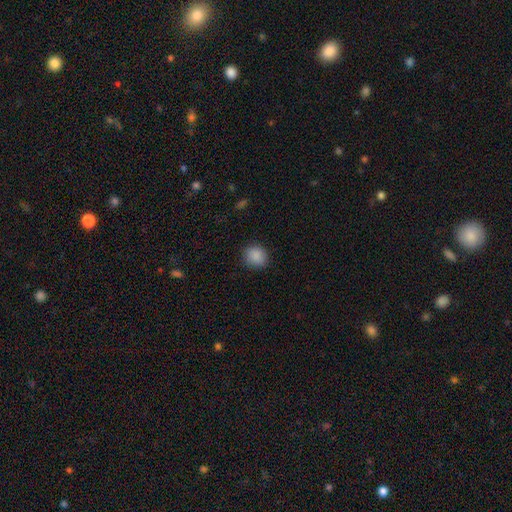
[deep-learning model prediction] Smooth or featured? smooth (88%)
How rounded? round (78%)
Merging? none (87%)